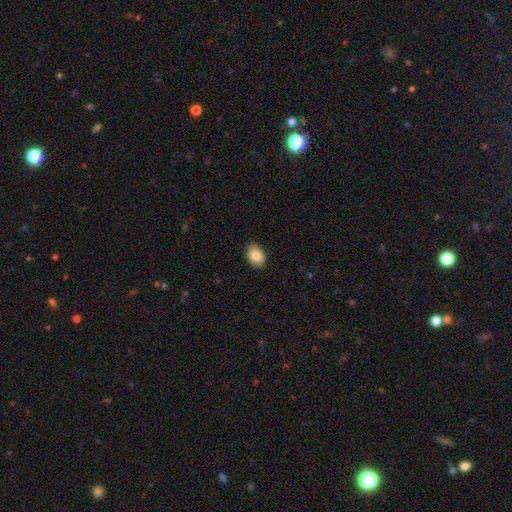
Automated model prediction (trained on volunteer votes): Smooth or featured? smooth (86%)
How rounded? in between (86%)
Merging? none (87%)